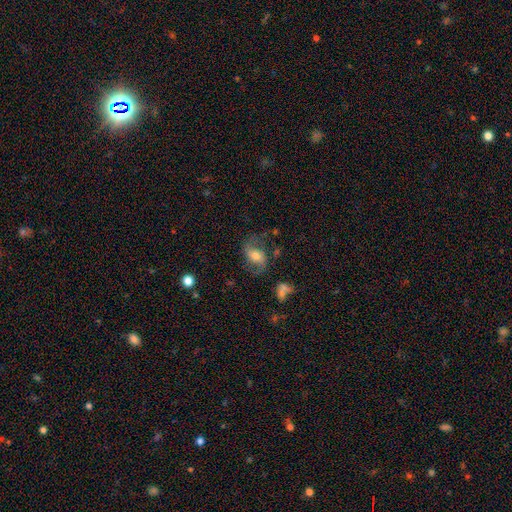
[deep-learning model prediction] The model was most divided on "bar": no: 43%, weak: 35%, strong: 22%. More confident: edge-on disk — no (96%); spiral arm count — 2 (88%); spiral arms — yes (88%); merging — none (65%); smooth or featured — featured or disk (63%); bulge size — moderate (63%); spiral winding — loose (57%).